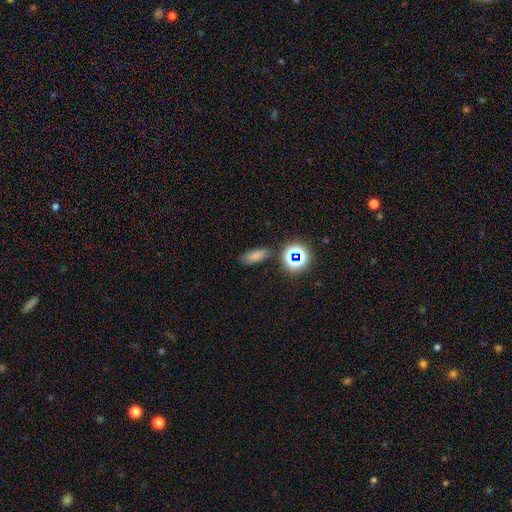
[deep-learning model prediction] smooth 72%, star or artifact 20%, featured or disk 8%. Down the decision tree: how rounded — in between (68%); merging — none (79%).